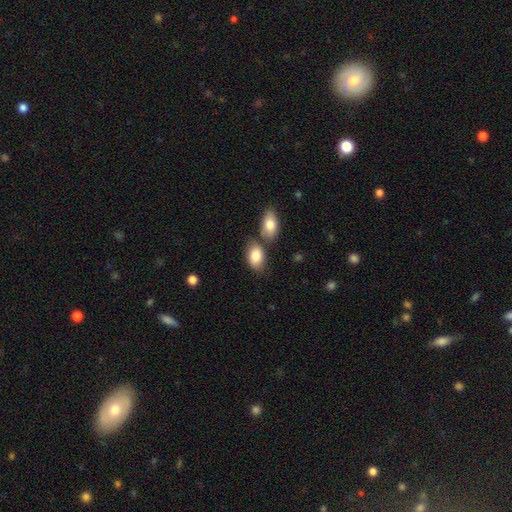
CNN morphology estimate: This is clearly a smooth galaxy (85%). How rounded: clearly in between (90%). Merging: possibly none (58%).